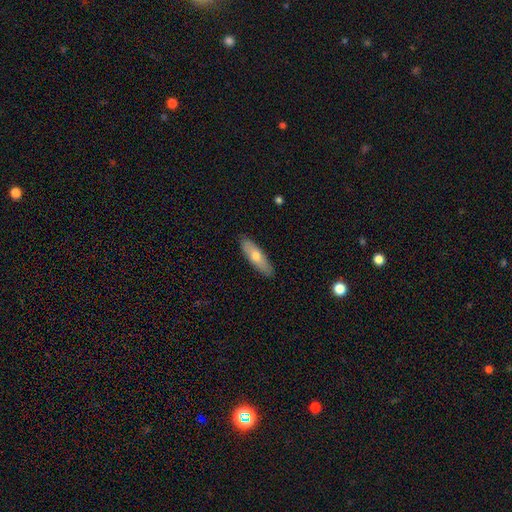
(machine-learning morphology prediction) Smooth or featured? smooth (59%)
How rounded? cigar-shaped (57%)
Merging? none (89%)